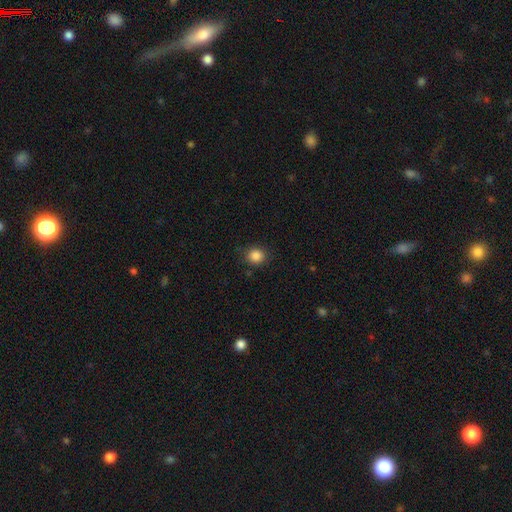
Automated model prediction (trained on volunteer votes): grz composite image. It shows a smooth galaxy with no disk features (85%) that is round (83%). Merging: none (86%).